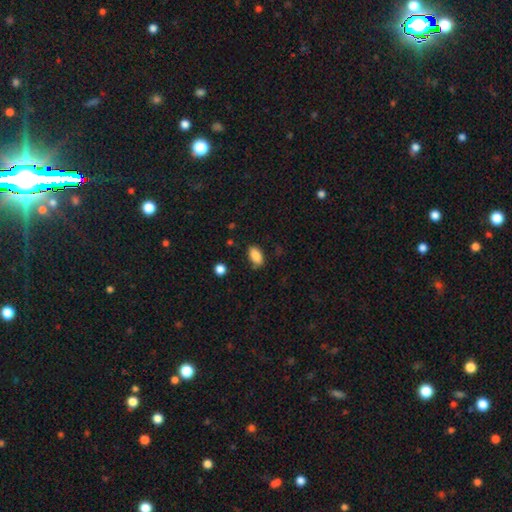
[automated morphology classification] This is clearly a smooth galaxy (87%). How rounded: clearly in between (91%). Merging: likely none (77%).